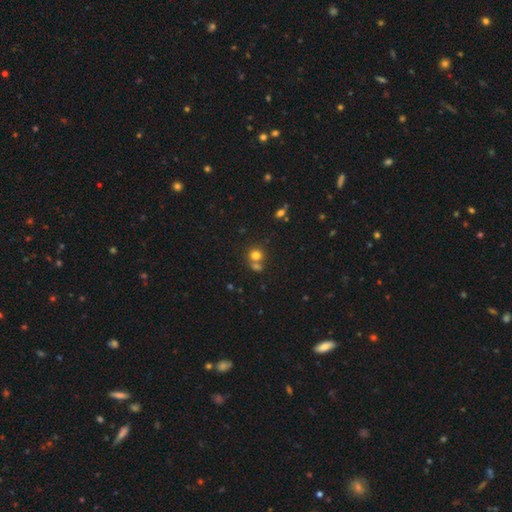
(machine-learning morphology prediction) This appears to be a smooth galaxy with no disk features (76%) that is round (79%). Merging: none (48%).